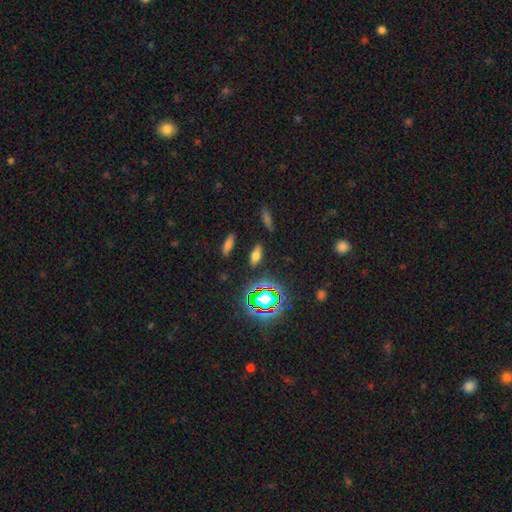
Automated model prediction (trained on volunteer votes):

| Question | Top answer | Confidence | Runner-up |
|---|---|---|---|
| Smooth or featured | smooth | 62% | star or artifact (23%) |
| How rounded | in between | 71% | cigar-shaped (22%) |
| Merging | none | 85% | minor disturbance (9%) |